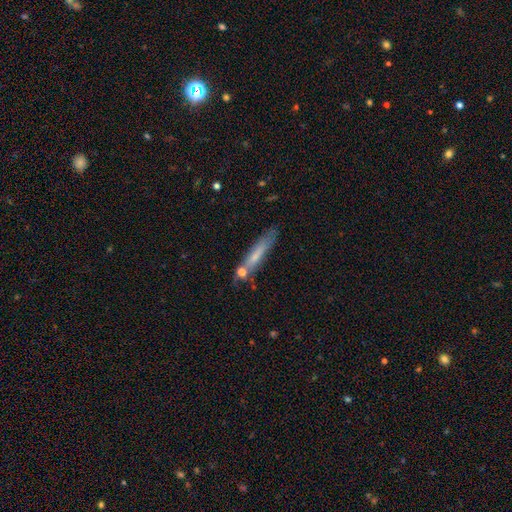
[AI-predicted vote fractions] Smooth or featured? smooth (59%)
How rounded? cigar-shaped (89%)
Merging? none (63%)